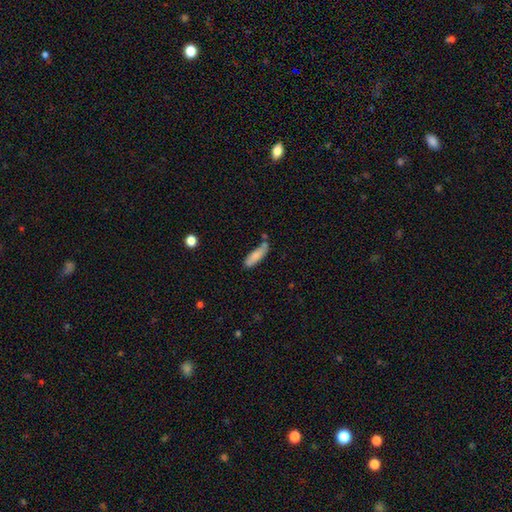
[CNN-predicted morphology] Q: Smooth or featured?
A: smooth (83%); runner-up: featured or disk (10%)
Q: How rounded?
A: cigar-shaped (52%); runner-up: in between (46%)
Q: Merging?
A: none (60%); runner-up: minor disturbance (22%)